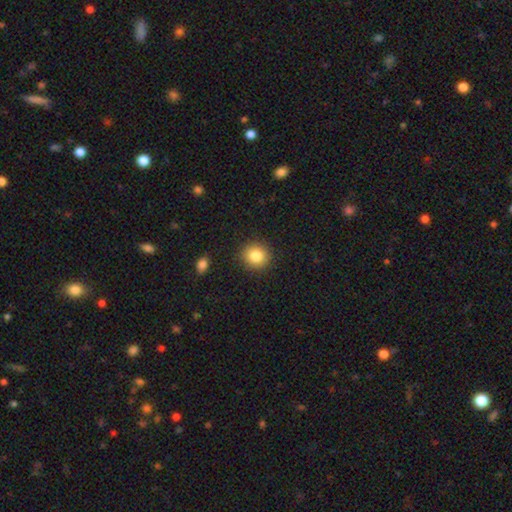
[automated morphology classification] Smooth or featured? Predicted: smooth (p=0.84). How rounded? Predicted: round (p=0.88). Merging? Predicted: none (p=0.90).